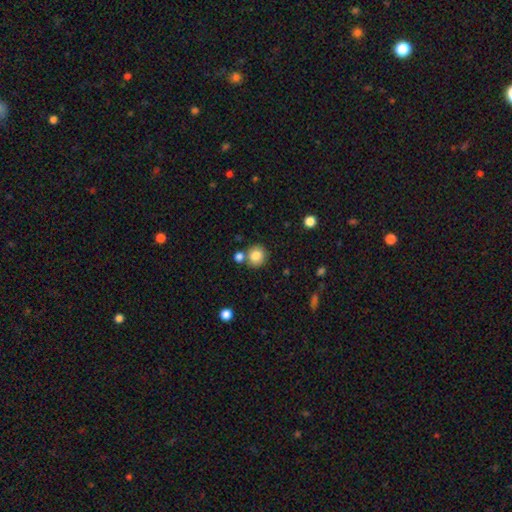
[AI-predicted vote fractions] Q: Smooth or featured?
A: smooth (83%); runner-up: star or artifact (10%)
Q: How rounded?
A: round (88%); runner-up: in between (12%)
Q: Merging?
A: none (71%); runner-up: merger (17%)